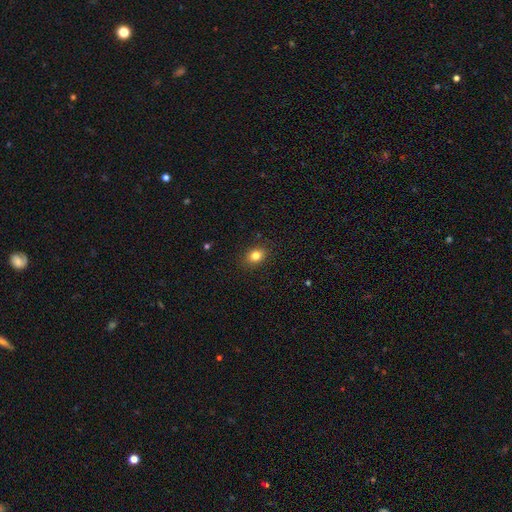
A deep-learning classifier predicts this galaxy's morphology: Smooth or featured? smooth (82%)
How rounded? in between (51%)
Merging? none (88%)